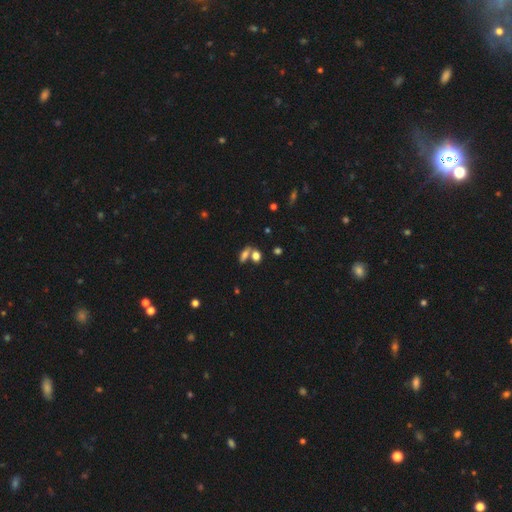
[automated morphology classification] Q: Smooth or featured?
A: smooth (75%); runner-up: star or artifact (14%)
Q: How rounded?
A: in between (69%); runner-up: round (24%)
Q: Merging?
A: none (46%); runner-up: merger (40%)